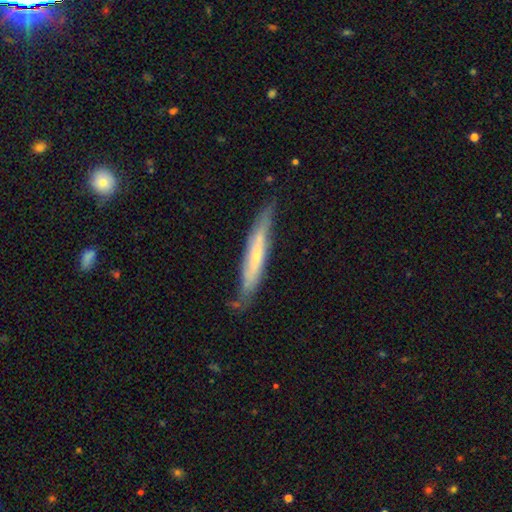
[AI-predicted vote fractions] smooth_or_featured: featured or disk (p=0.55) [alt: smooth p=0.39]
disk_edge_on: yes (p=0.77) [alt: no p=0.23]
merging: none (p=0.72) [alt: minor disturbance p=0.21]